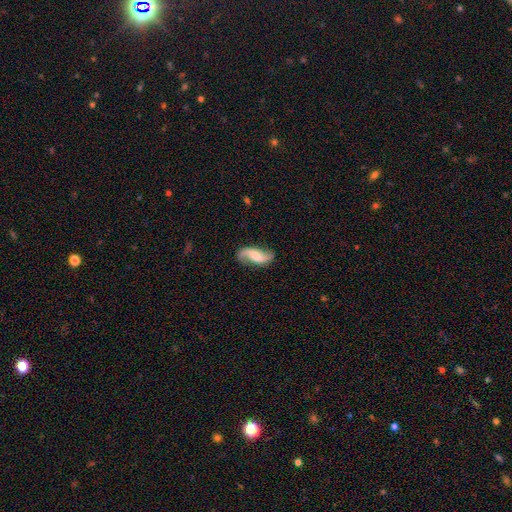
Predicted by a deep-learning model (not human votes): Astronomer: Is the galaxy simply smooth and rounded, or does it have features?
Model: featured or disk — 78%.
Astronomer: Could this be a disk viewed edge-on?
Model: no — 96%.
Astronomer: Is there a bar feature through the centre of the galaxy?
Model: weak — 41%, tied with no at 41%.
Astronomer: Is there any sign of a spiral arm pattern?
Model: yes — 96%.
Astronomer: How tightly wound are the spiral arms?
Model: loose — 75%.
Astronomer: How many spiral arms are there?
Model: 2 — 92%.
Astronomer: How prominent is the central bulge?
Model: moderate — 30% (runner-up: none, 27%).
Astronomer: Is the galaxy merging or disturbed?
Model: none — 80%.